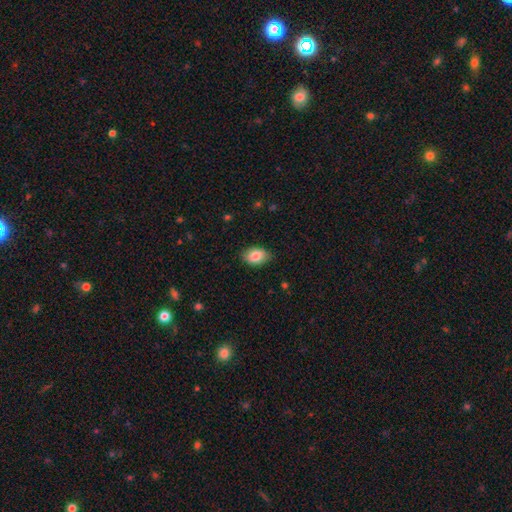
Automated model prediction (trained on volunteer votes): smooth-or-featured: smooth: 84% | featured or disk: 8% | star or artifact: 7%
  how-rounded: in between: 83% | round: 16% | cigar-shaped: 1%
  merging: none: 85% | minor disturbance: 11% | major disturbance: 2% | merger: 1%